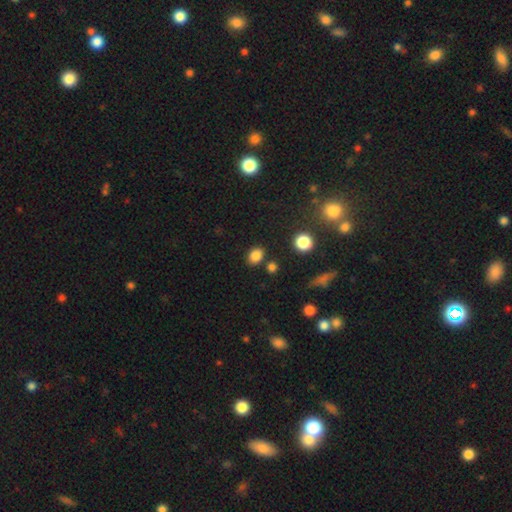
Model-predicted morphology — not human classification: type=smooth (84%); roundness=in between (58%); merging=none (80%).